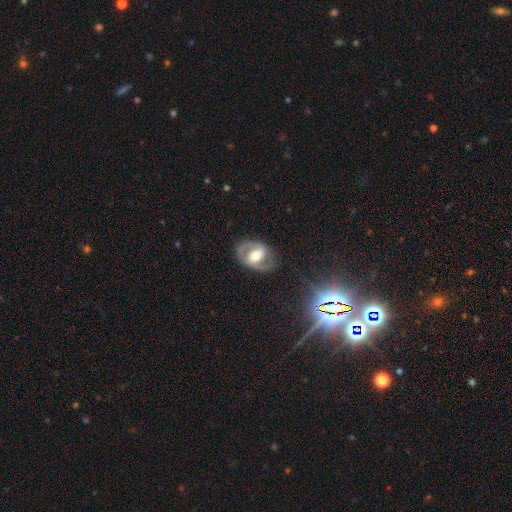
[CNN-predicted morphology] Overall: featured or disk (76%). Edge-on disk: no (96%). Bar: weak (38%; strong 37%). Spiral arms: yes (79%). Spiral arm count: 2 (87%). Spiral winding: medium (50%; tight 29%). Bulge size: moderate (70%). Merging: none (79%).